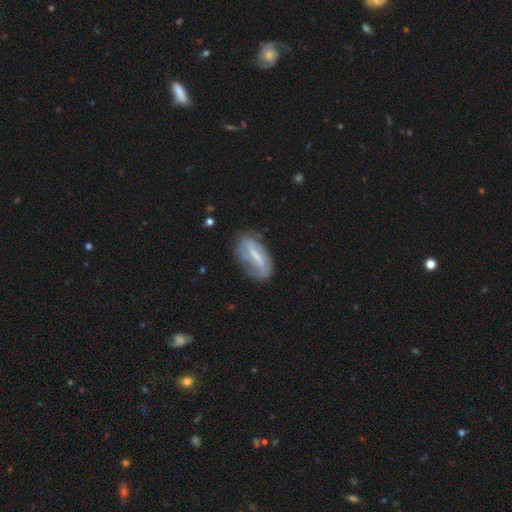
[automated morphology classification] Overall: featured or disk (57%; smooth 35%). Edge-on disk: no (88%). Bar: strong (58%; weak 28%). Spiral arms: yes (58%; no 42%). Bulge size: none (38%; small 33%). Merging: none (60%; minor disturbance 26%).